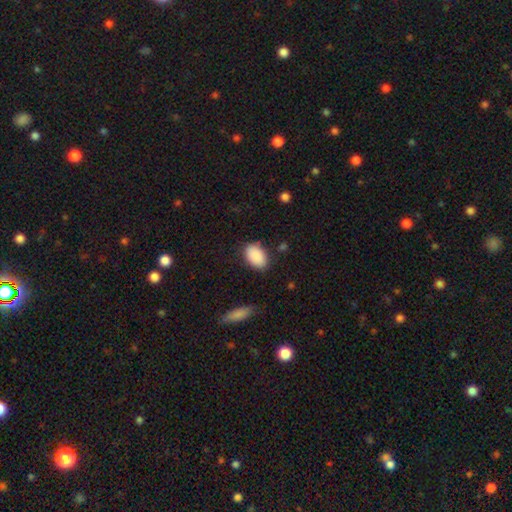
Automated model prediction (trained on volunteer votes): The model was most divided on "merging": none: 80%, minor disturbance: 14%, major disturbance: 4%, merger: 2%. More confident: how rounded — in between (91%); smooth or featured — smooth (90%).